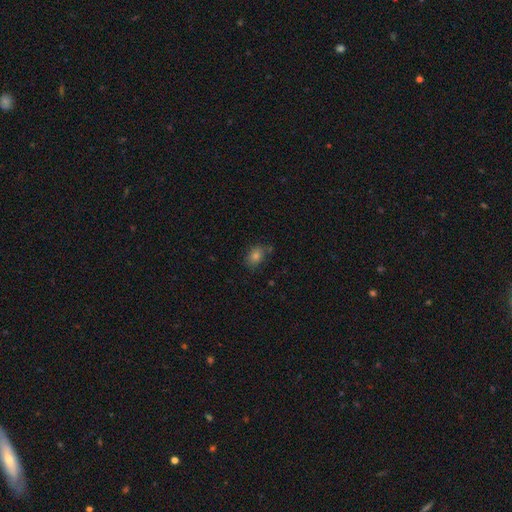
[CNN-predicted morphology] A smooth galaxy with no disk features (73%) that is in between round and cigar-shaped (68%).

Vote fractions:
- Smooth or featured? smooth: 73% / star or artifact: 19% / featured or disk: 8%
- How rounded? in between: 68% / round: 31% / cigar-shaped: 2%
- Merging? none: 78% / minor disturbance: 14% / merger: 4% / major disturbance: 3%